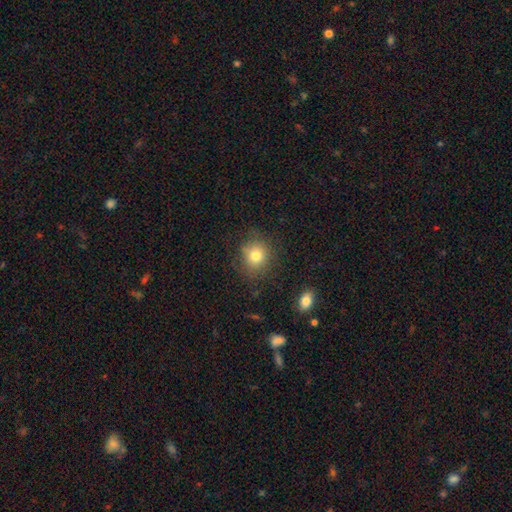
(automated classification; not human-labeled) Overall: smooth (77%). How rounded: round (84%). Merging: none (80%).